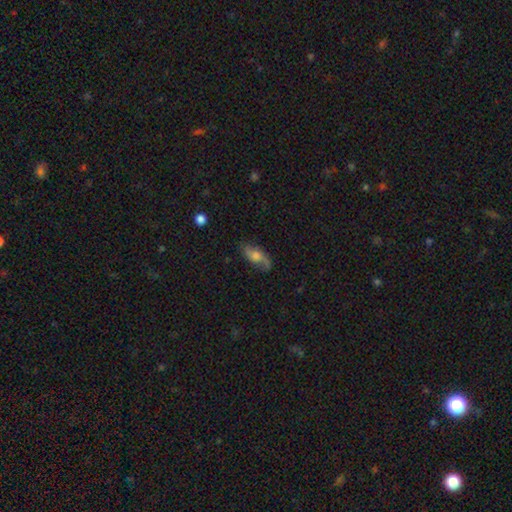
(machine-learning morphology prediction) This is possibly a featured or disk galaxy (57%). It is clearly not viewed edge-on (85%). Merging: likely none (72%).